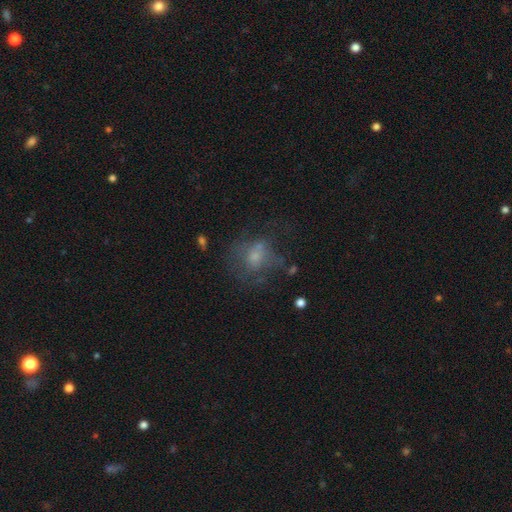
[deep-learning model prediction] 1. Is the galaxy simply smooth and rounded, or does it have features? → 52% smooth, 32% featured or disk, 16% star or artifact.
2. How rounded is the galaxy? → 63% round, 35% in between, 1% cigar-shaped.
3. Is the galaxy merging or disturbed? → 43% none, 30% major disturbance, 21% minor disturbance, 6% merger.